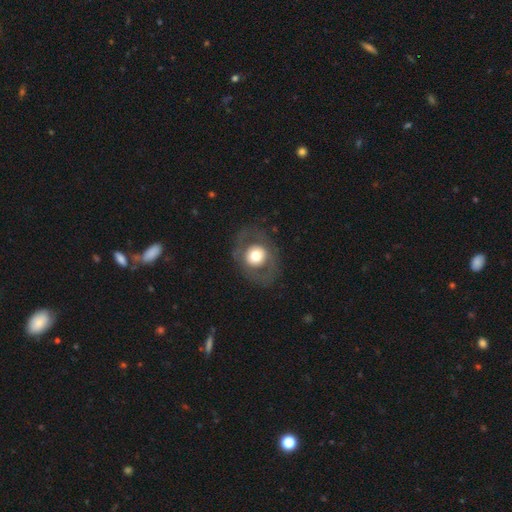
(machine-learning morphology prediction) Smooth or featured: smooth — 50% (featured or disk — 43%)
Merging: none — 78% (minor disturbance — 11%)